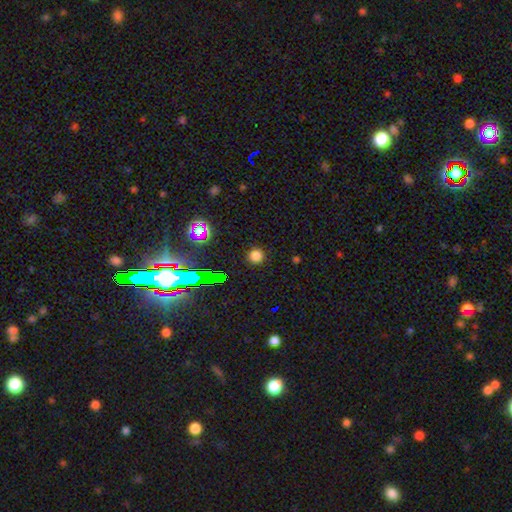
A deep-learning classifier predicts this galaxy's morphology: smooth_or_featured: smooth (p=0.76) [alt: star or artifact p=0.19]
how_rounded: round (p=0.95) [alt: in between p=0.04]
merging: none (p=0.90) [alt: minor disturbance p=0.06]